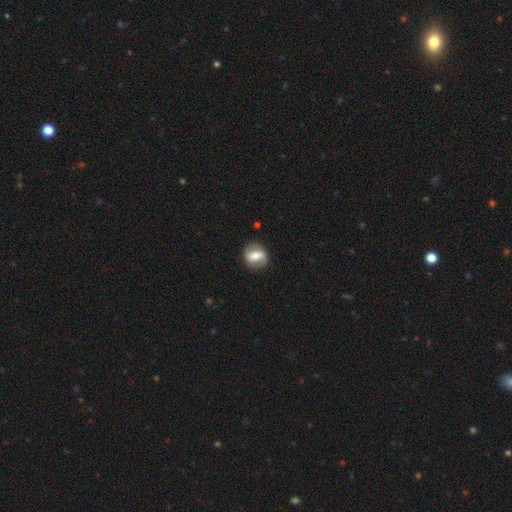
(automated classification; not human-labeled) Smooth or featured? featured or disk (48%)
Merging? none (82%)